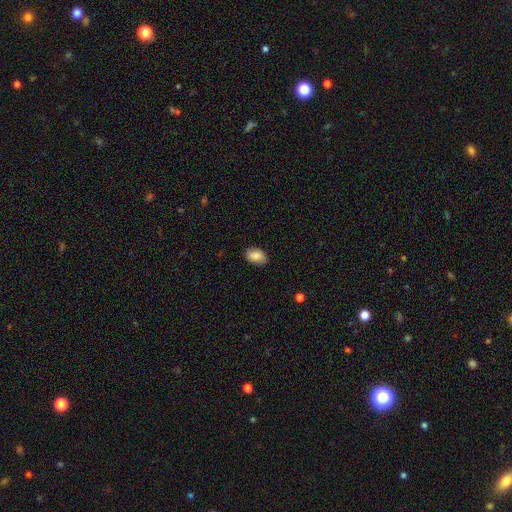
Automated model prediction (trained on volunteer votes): Smooth or featured: smooth — 87% (star or artifact — 7%)
How rounded: in between — 88% (round — 11%)
Merging: none — 87% (minor disturbance — 10%)